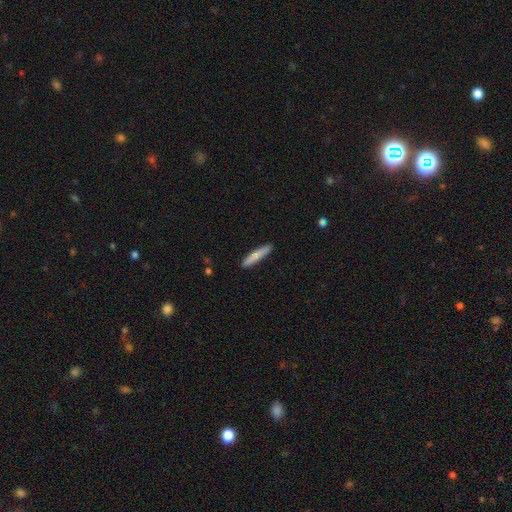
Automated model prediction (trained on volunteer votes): smooth 80%, featured or disk 14%, star or artifact 6%. Down the decision tree: how rounded — cigar-shaped (91%); merging — none (89%).